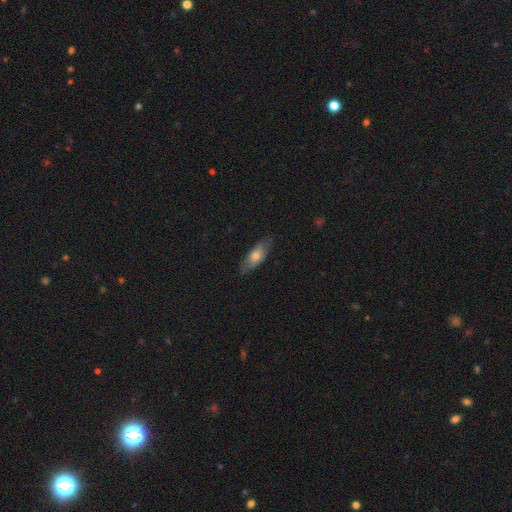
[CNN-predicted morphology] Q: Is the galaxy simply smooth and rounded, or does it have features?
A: smooth — 63%.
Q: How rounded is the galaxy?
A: in between — 70%.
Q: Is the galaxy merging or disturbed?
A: none — 78%.